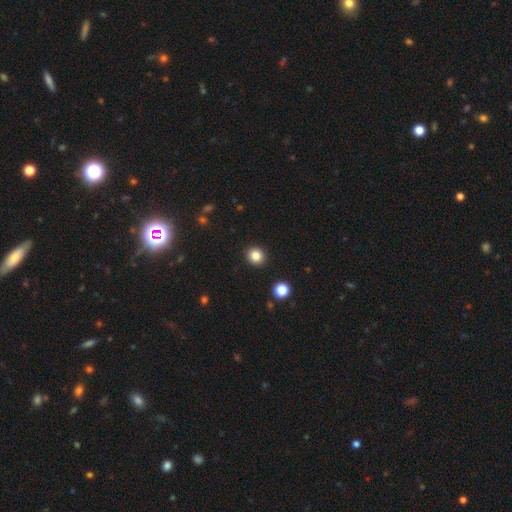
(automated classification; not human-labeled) Smooth or featured: smooth — 84% (star or artifact — 11%)
How rounded: round — 87% (in between — 12%)
Merging: none — 92% (minor disturbance — 5%)